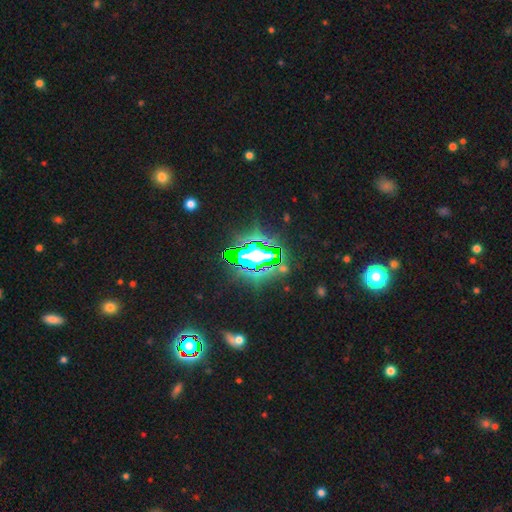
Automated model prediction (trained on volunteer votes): Smooth or featured? star or artifact (74%)